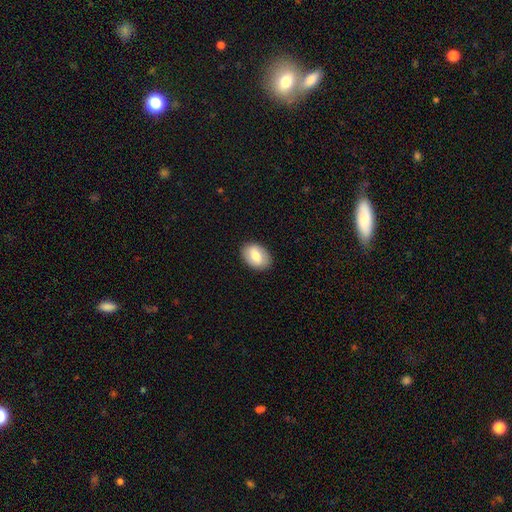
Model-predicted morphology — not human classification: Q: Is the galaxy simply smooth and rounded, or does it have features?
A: smooth — 74%.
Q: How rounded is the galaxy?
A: in between — 82%.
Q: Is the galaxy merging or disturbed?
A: none — 88%.